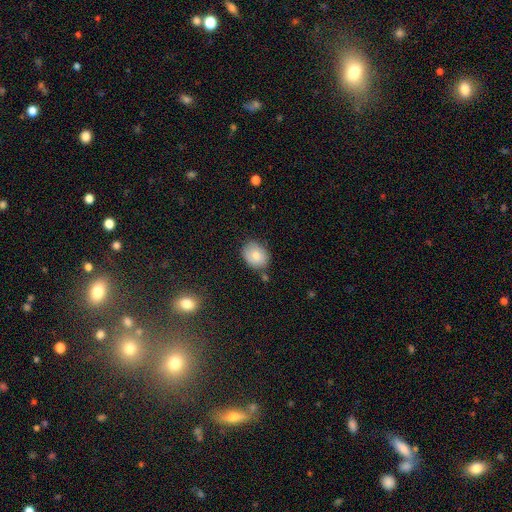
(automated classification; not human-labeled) Smooth or featured?
  - smooth: 78% *
  - featured or disk: 14%
  - star or artifact: 8%
How rounded?
  - in between: 53% *
  - round: 46%
  - cigar-shaped: 1%
Merging?
  - none: 74% *
  - minor disturbance: 18%
  - merger: 5%
  - major disturbance: 3%